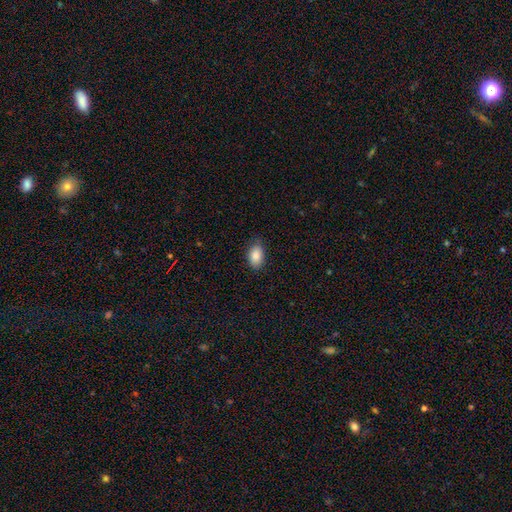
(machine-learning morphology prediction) Overall: smooth (88%). How rounded: in between (91%). Merging: none (79%).